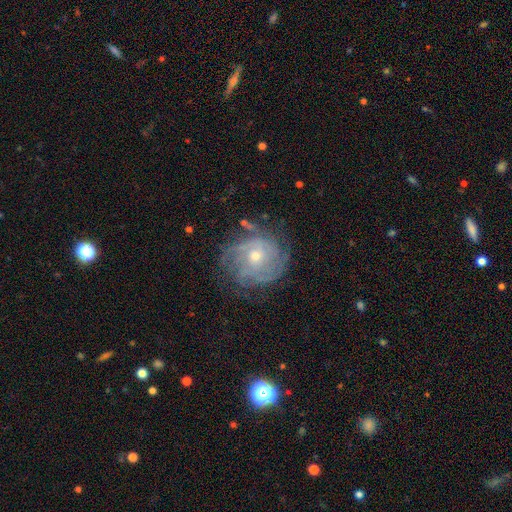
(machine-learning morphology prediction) Overall: featured or disk (80%). Edge-on disk: no (97%). Bar: no (73%). Spiral arms: yes (90%). Spiral arm count: can't tell (43%; 3 17%). Spiral winding: tight (66%). Bulge size: moderate (52%; small 45%). Merging: none (71%).